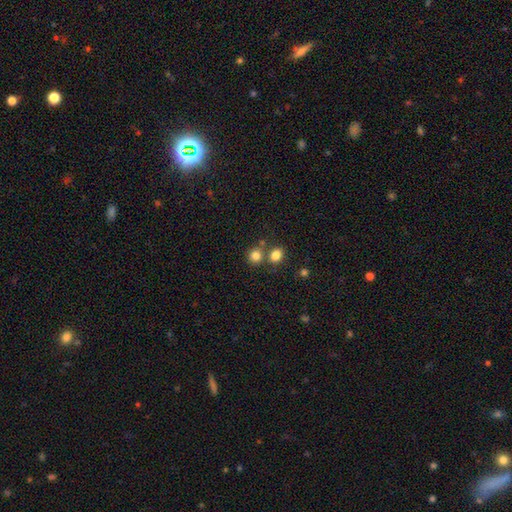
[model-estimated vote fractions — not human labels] This appears to be a smooth galaxy with no disk features (81%) that is round (82%). Merging: none (61%).